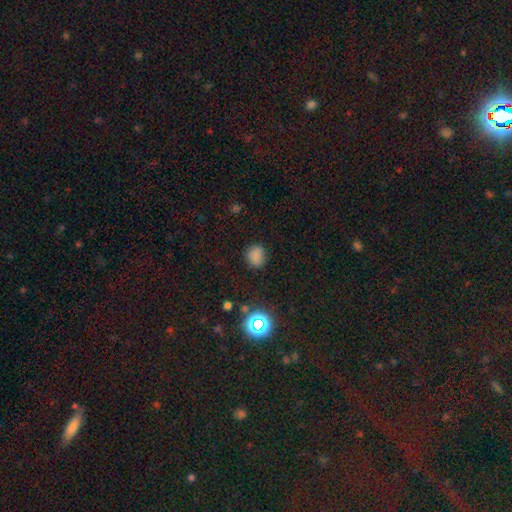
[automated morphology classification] Smooth or featured: smooth — 77% (star or artifact — 18%)
How rounded: round — 69% (in between — 30%)
Merging: none — 83% (minor disturbance — 12%)